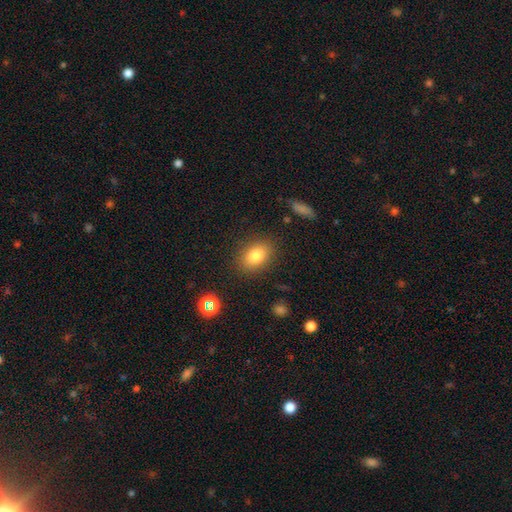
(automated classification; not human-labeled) Smooth or featured? Predicted: smooth (p=0.81). How rounded? Predicted: in between (p=0.75). Merging? Predicted: none (p=0.85).